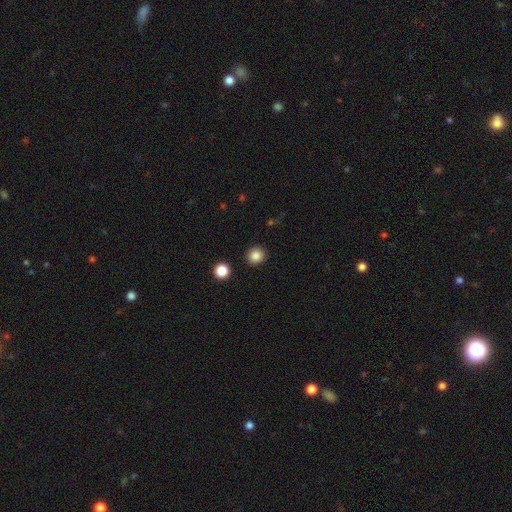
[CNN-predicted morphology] smooth 85%, star or artifact 11%, featured or disk 4%. Down the decision tree: how rounded — round (92%); merging — none (92%).